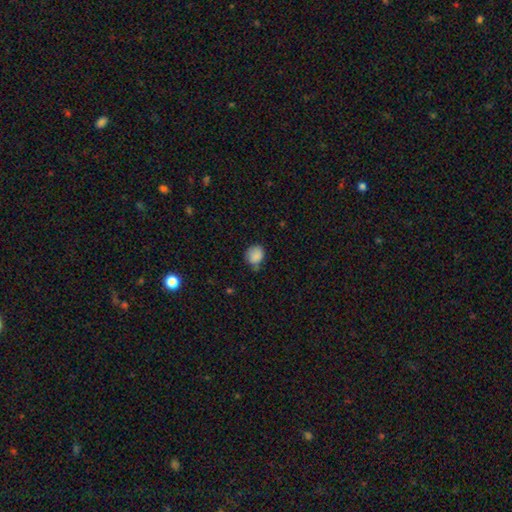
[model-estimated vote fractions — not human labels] This appears to be a smooth galaxy with no disk features (84%) that is round (68%). Merging: none (58%).